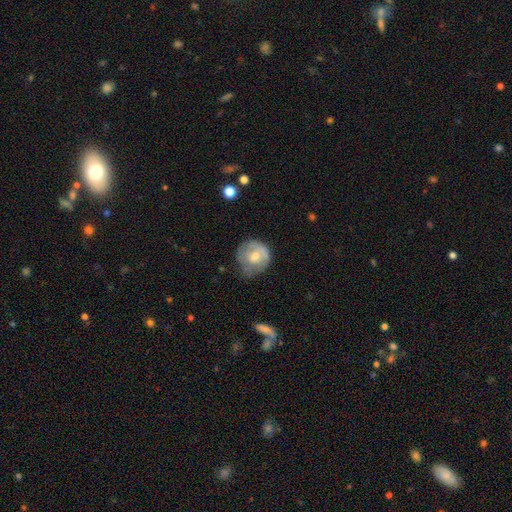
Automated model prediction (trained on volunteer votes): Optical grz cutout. It shows a smooth galaxy with no disk features (57%) that is round (85%). Merging: none (51%).